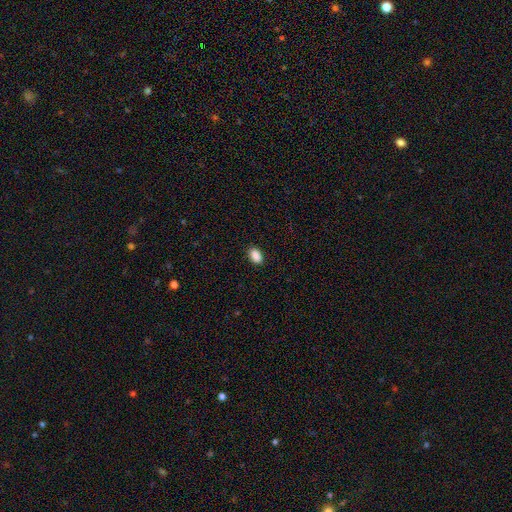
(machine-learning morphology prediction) smooth 89%, star or artifact 8%, featured or disk 3%. Down the decision tree: how rounded — in between (89%); merging — none (89%).